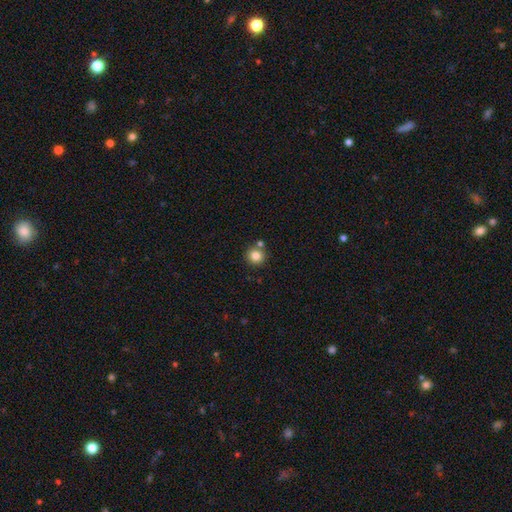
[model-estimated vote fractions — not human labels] Morphology: type=smooth (83%); roundness=round (93%); merging=none (77%).